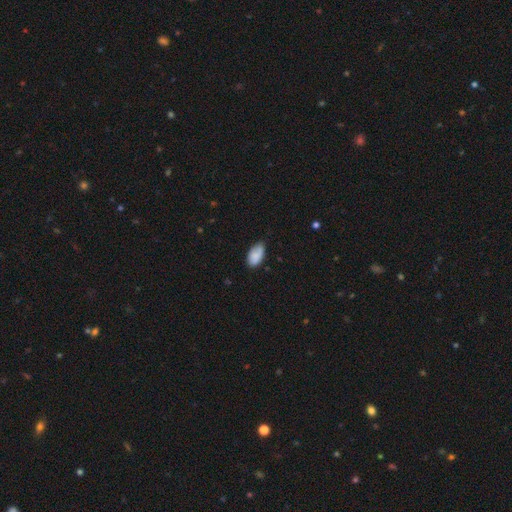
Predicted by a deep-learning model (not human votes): smooth 85%, featured or disk 8%, star or artifact 7%. Down the decision tree: how rounded — in between (94%); merging — none (62%).